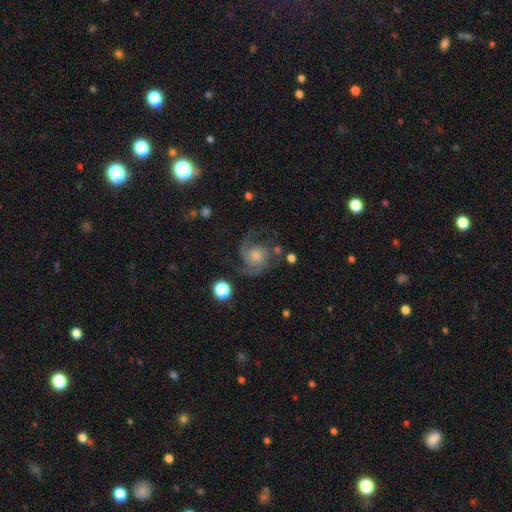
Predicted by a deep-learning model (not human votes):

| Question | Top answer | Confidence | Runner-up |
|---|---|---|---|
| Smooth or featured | featured or disk | 81% | smooth (10%) |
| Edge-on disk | no | 98% | yes (2%) |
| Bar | no | 73% | weak (23%) |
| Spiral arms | yes | 96% | no (4%) |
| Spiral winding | medium | 50% | tight (32%) |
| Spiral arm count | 2 | 50% | 3 (25%) |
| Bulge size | moderate | 46% | small (39%) |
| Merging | none | 68% | minor disturbance (17%) |